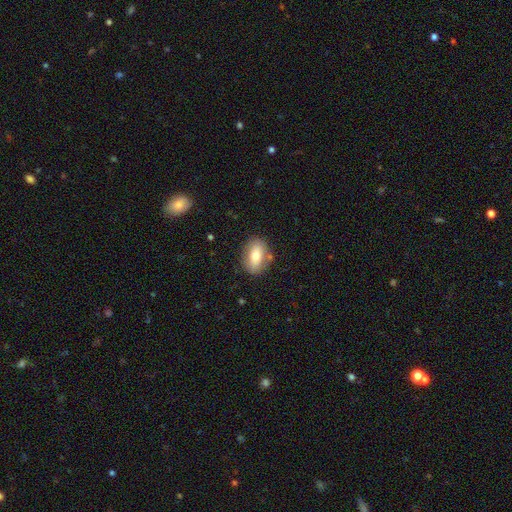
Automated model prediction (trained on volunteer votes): A smooth galaxy with no disk features (71%) that is in between round and cigar-shaped (82%). Merging: none (79%).